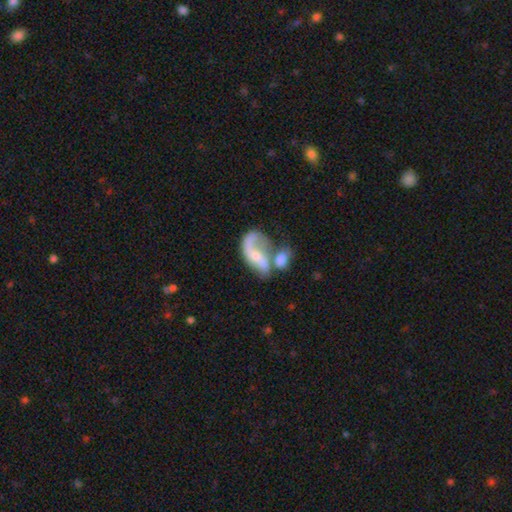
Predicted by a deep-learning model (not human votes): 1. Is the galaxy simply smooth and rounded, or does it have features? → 66% featured or disk, 27% smooth, 7% star or artifact.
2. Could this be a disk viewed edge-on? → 95% no, 5% yes.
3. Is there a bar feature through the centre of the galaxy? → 56% no, 31% weak, 13% strong.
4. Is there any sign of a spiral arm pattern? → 78% yes, 22% no.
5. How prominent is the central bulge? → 51% small, 35% moderate, 10% none, 3% large, 1% dominant.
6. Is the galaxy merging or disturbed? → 54% merger, 18% none, 17% major disturbance, 11% minor disturbance.